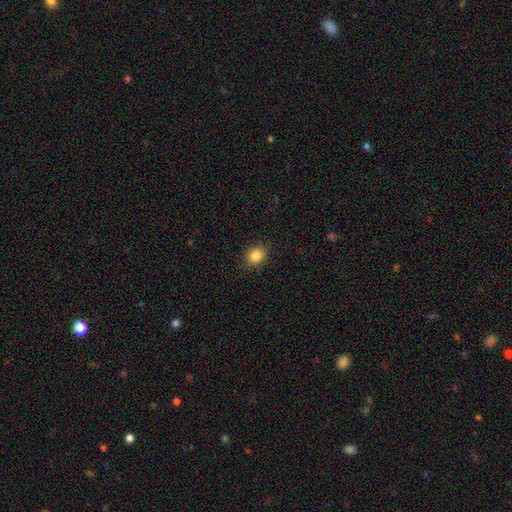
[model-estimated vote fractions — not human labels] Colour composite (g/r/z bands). It shows a smooth galaxy with no disk features (85%) that is round (63%). Merging: none (87%).